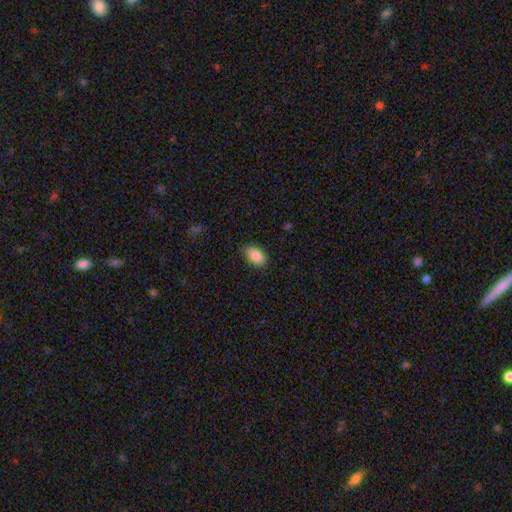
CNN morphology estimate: Smooth or featured? Predicted: smooth (p=0.86). How rounded? Predicted: in between (p=0.91). Merging? Predicted: none (p=0.81).